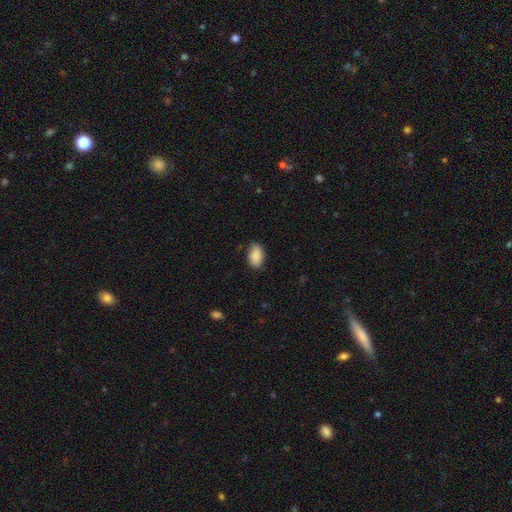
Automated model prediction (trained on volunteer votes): smooth 89%, star or artifact 7%, featured or disk 4%. Down the decision tree: how rounded — in between (91%); merging — none (78%).